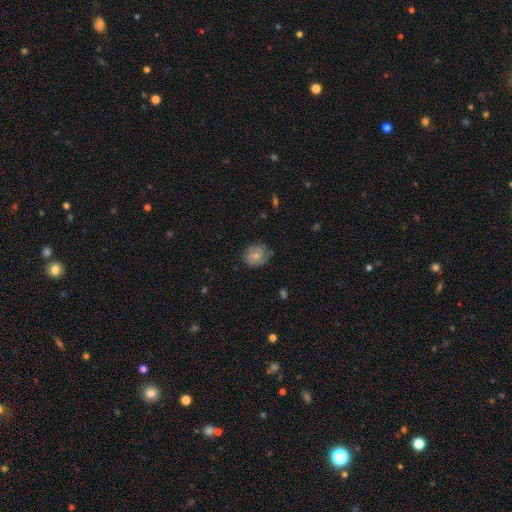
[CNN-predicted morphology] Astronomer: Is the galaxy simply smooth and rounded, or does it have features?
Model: featured or disk — 54% (runner-up: smooth, 38%).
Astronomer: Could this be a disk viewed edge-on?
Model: no — 97%.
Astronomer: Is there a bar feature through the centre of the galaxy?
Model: no — 61%.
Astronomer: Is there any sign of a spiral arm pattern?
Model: yes — 86%.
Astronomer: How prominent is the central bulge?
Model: small — 52% (runner-up: moderate, 34%).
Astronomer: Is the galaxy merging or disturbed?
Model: none — 74%.